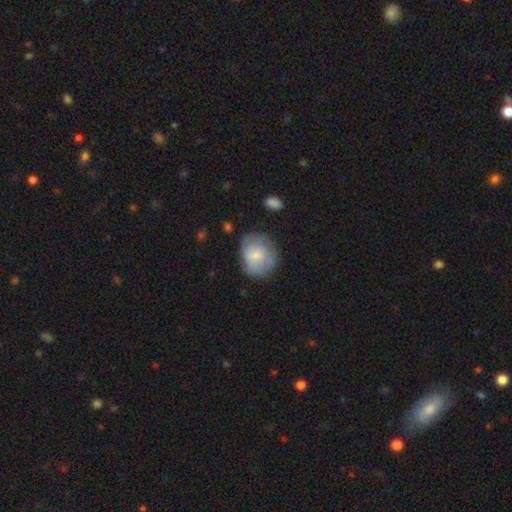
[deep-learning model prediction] A smooth galaxy with no disk features (68%) that is round (63%).

Vote fractions:
- Smooth or featured? smooth: 68% / featured or disk: 24% / star or artifact: 7%
- How rounded? round: 63% / in between: 36% / cigar-shaped: 1%
- Merging? none: 63% / minor disturbance: 25% / major disturbance: 10% / merger: 2%